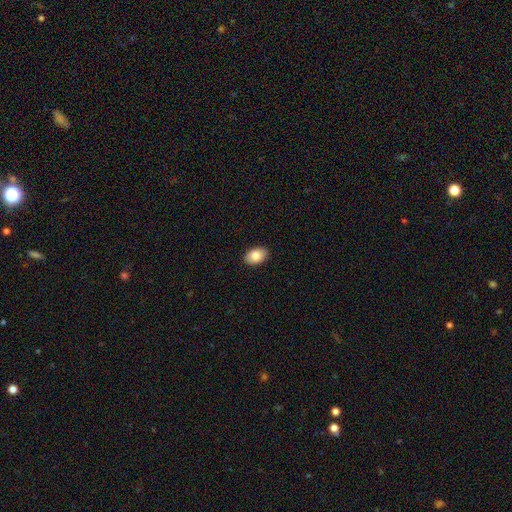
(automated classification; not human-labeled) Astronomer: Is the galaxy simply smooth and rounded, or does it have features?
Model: smooth — 86%.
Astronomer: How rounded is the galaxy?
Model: in between — 88%.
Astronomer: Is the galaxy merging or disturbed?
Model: none — 89%.